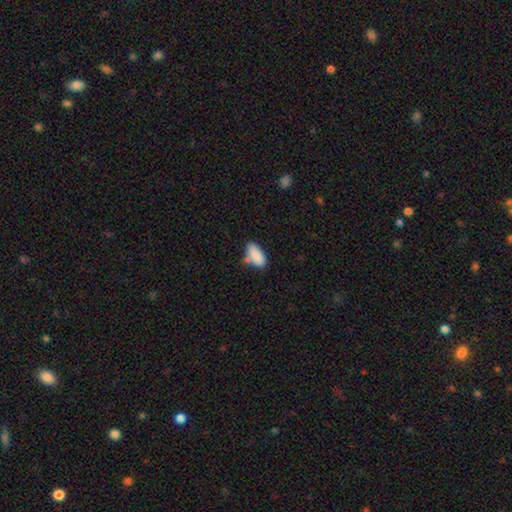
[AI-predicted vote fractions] smooth_or_featured: smooth (p=0.86) [alt: featured or disk p=0.07]
how_rounded: in between (p=0.92) [alt: cigar-shaped p=0.06]
merging: none (p=0.55) [alt: minor disturbance p=0.26]